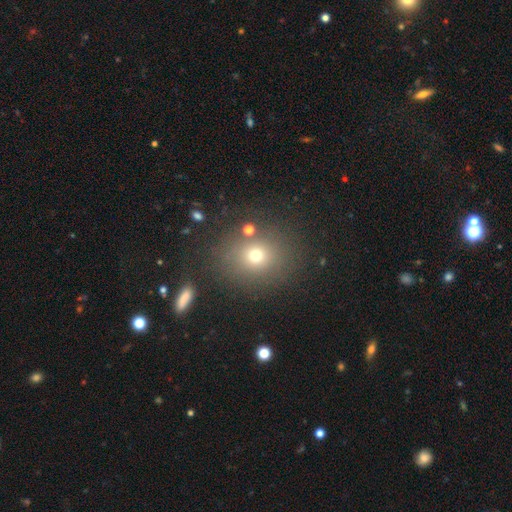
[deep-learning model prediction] smooth-or-featured: smooth: 69% | star or artifact: 20% | featured or disk: 11%
  how-rounded: round: 75% | in between: 24% | cigar-shaped: 1%
  merging: none: 81% | minor disturbance: 9% | merger: 5% | major disturbance: 5%